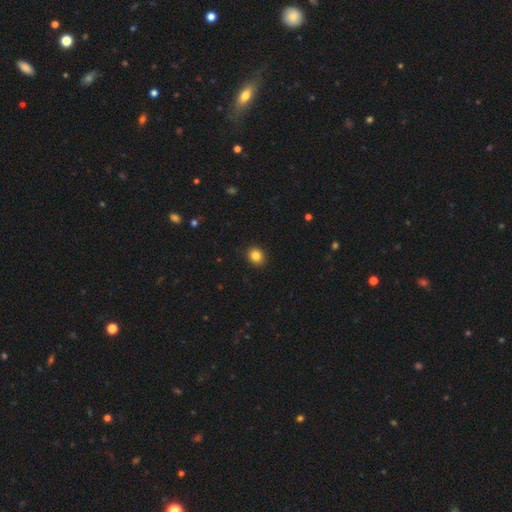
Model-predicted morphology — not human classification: smooth_or_featured: smooth (p=0.85) [alt: star or artifact p=0.10]
how_rounded: round (p=0.70) [alt: in between p=0.29]
merging: none (p=0.91) [alt: minor disturbance p=0.06]